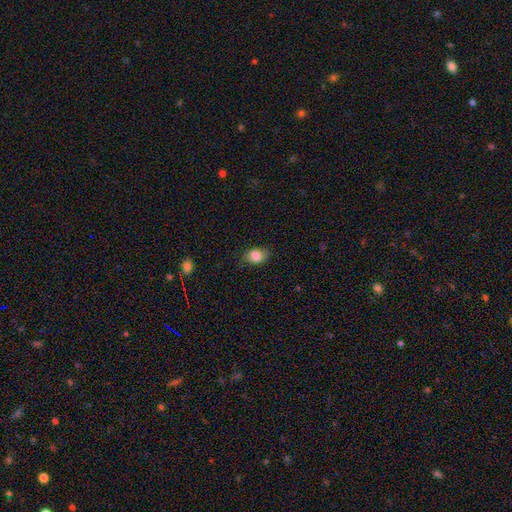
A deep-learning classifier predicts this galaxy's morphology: Q: Smooth or featured?
A: smooth (85%); runner-up: star or artifact (9%)
Q: How rounded?
A: in between (73%); runner-up: round (25%)
Q: Merging?
A: none (76%); runner-up: minor disturbance (19%)